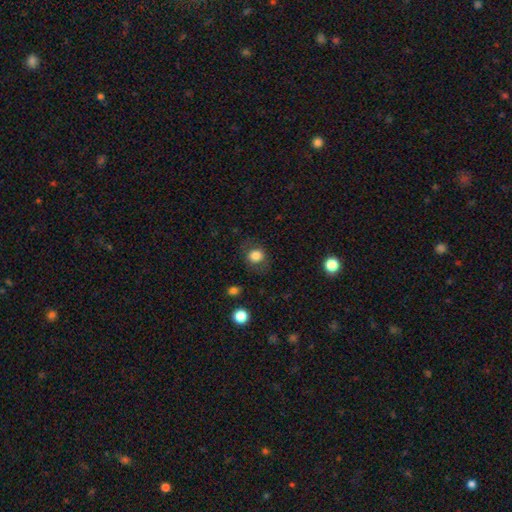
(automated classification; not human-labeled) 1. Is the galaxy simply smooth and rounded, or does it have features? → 81% smooth, 10% star or artifact, 9% featured or disk.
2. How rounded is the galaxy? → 72% round, 27% in between, 1% cigar-shaped.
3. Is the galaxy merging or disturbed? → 77% none, 15% minor disturbance, 7% major disturbance, 1% merger.